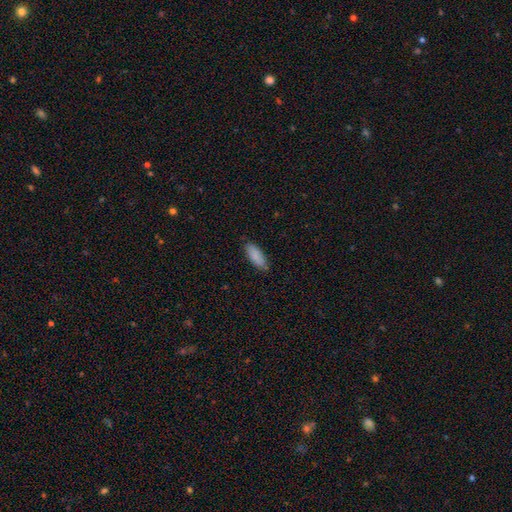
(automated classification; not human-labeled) A smooth galaxy with no disk features (87%) that is in between round and cigar-shaped (73%). Merging: none (82%).